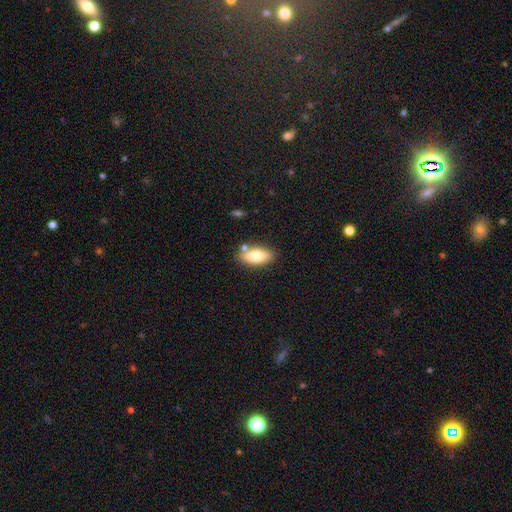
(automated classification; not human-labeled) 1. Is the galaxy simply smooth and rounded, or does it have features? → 76% smooth, 17% featured or disk, 7% star or artifact.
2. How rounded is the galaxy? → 87% in between, 10% cigar-shaped, 3% round.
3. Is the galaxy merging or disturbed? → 76% none, 13% minor disturbance, 8% merger, 3% major disturbance.